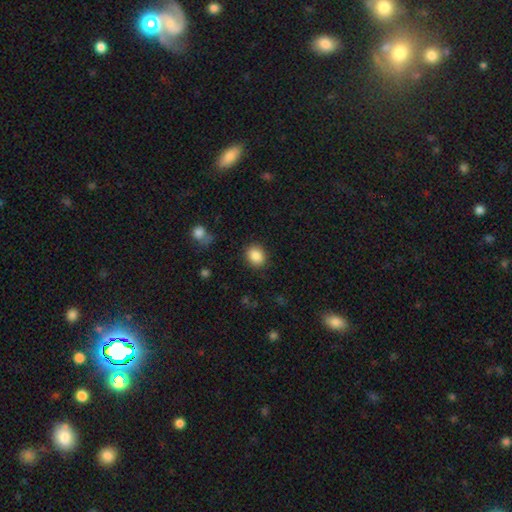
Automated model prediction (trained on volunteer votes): A smooth galaxy with no disk features (87%) that is round (60%). Merging: none (87%).